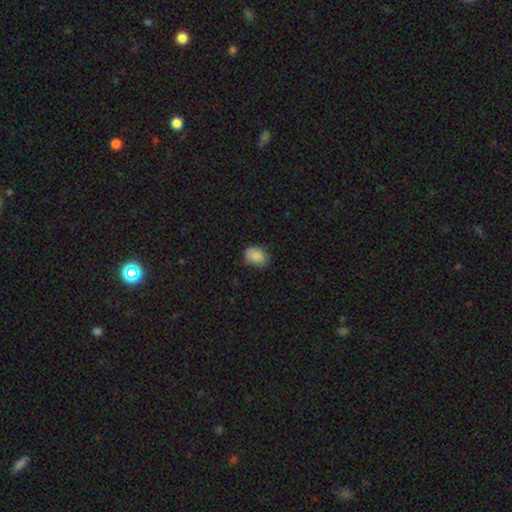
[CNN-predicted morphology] smooth_or_featured: smooth (p=0.85) [alt: featured or disk p=0.08]
how_rounded: in between (p=0.63) [alt: round p=0.36]
merging: none (p=0.71) [alt: minor disturbance p=0.24]